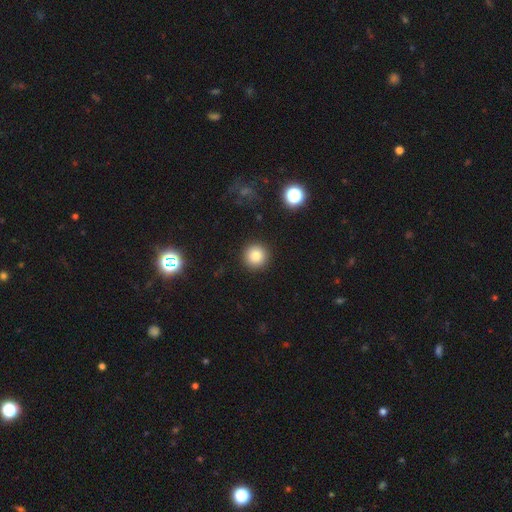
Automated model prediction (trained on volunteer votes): Smooth or featured: smooth — 84% (star or artifact — 11%)
How rounded: round — 96% (in between — 3%)
Merging: none — 92% (minor disturbance — 5%)